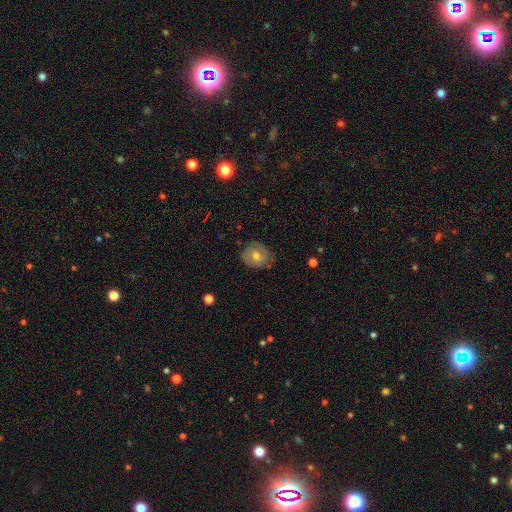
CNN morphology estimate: The model was most divided on "smooth or featured": smooth: 58%, featured or disk: 34%, star or artifact: 9%. More confident: merging — none (74%); how rounded — round (73%).